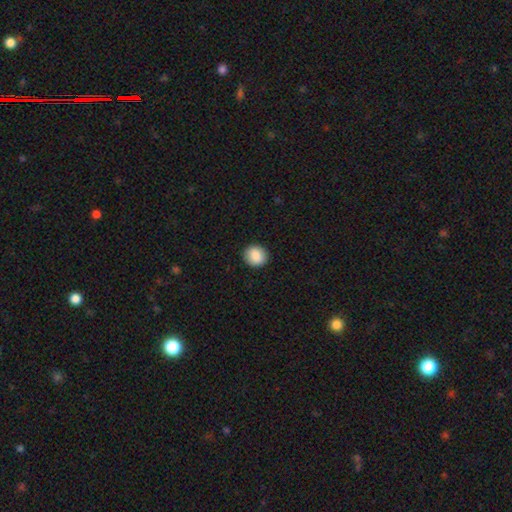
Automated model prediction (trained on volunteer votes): A smooth galaxy with no disk features (86%) that is round (84%).

Vote fractions:
- Smooth or featured? smooth: 86% / star or artifact: 8% / featured or disk: 6%
- How rounded? round: 84% / in between: 15% / cigar-shaped: 1%
- Merging? none: 91% / minor disturbance: 6% / major disturbance: 2% / merger: 1%